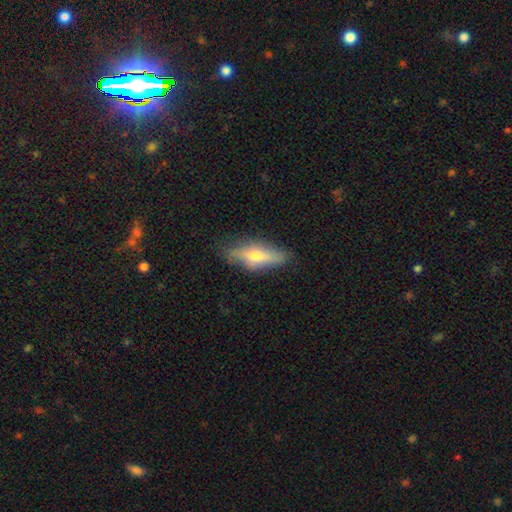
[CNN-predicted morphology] Overall: featured or disk (50%; smooth 43%). Edge-on disk: yes (80%). Merging: none (79%).